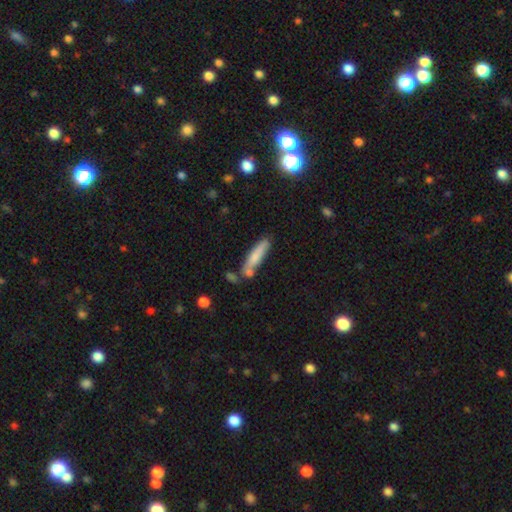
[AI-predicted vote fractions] This appears to be a smooth galaxy with no disk features (74%) that is cigar-shaped (80%). Merging: none (58%).